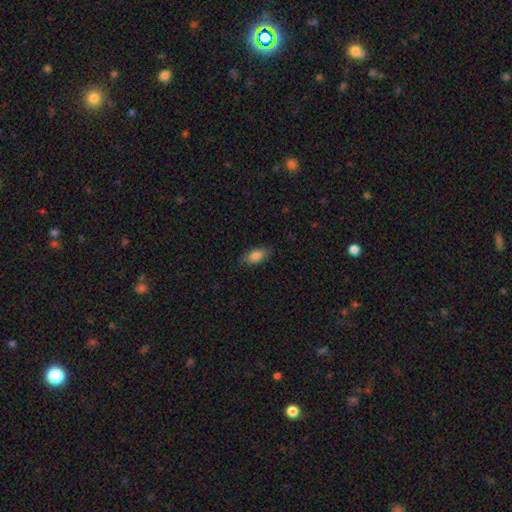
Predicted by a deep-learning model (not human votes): This is clearly a smooth galaxy (83%). How rounded: clearly in between (87%). Merging: clearly none (83%).